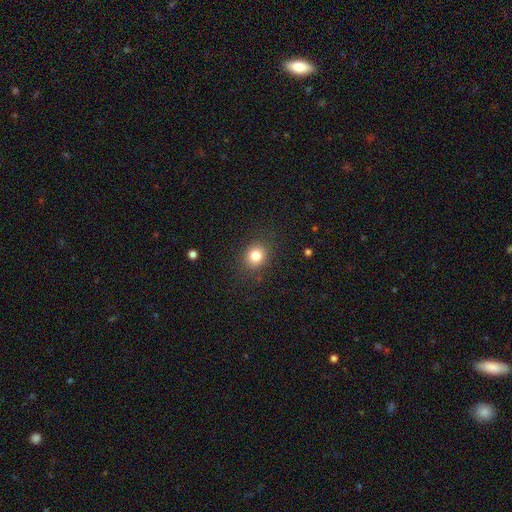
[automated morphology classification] A smooth galaxy with no disk features (82%) that is round (72%). Merging: none (87%).